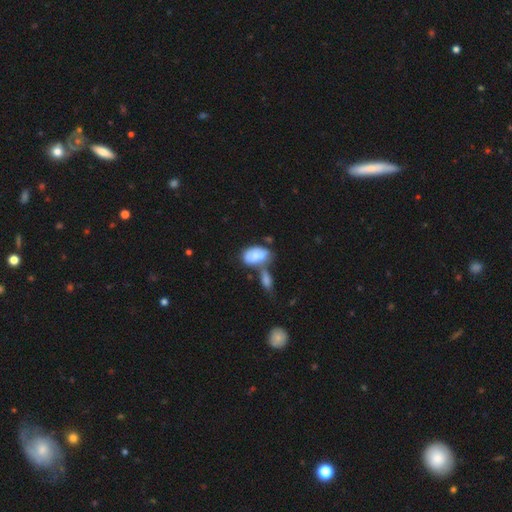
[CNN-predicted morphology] Smooth or featured?
  - smooth: 74% *
  - featured or disk: 19%
  - star or artifact: 7%
How rounded?
  - in between: 93% *
  - round: 5%
  - cigar-shaped: 2%
Merging?
  - merger: 46% *
  - none: 28%
  - minor disturbance: 17%
  - major disturbance: 9%